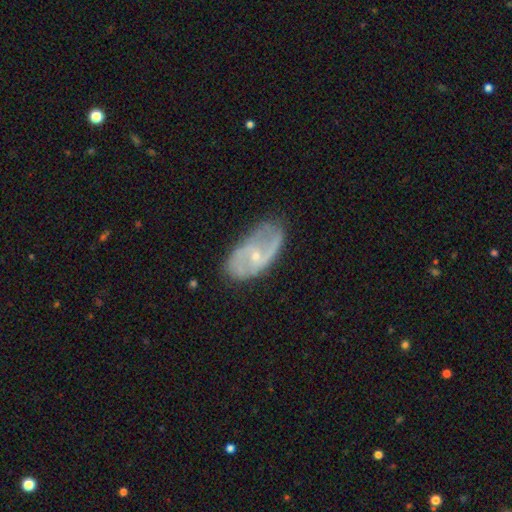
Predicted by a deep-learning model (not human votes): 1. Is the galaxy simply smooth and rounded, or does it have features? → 75% featured or disk, 19% smooth, 7% star or artifact.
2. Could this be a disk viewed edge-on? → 94% no, 6% yes.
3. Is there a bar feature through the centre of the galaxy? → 54% no, 36% weak, 10% strong.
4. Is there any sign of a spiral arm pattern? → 83% yes, 17% no.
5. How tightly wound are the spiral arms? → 42% medium, 37% loose, 21% tight.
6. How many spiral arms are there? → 68% 2, 19% can't tell, 5% 1, 4% 3, 2% 4, 2% more than 4.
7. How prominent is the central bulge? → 72% small, 24% moderate, 2% none, 1% large, 1% dominant.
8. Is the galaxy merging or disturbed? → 63% none, 25% minor disturbance, 10% major disturbance, 2% merger.